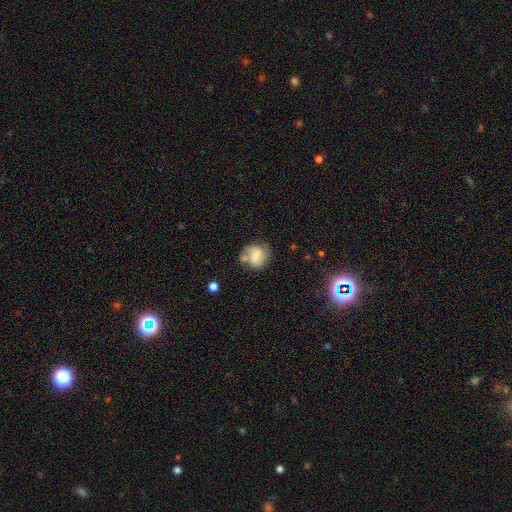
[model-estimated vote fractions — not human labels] smooth_or_featured: smooth (p=0.50) [alt: featured or disk p=0.42]
merging: none (p=0.51) [alt: minor disturbance p=0.25]